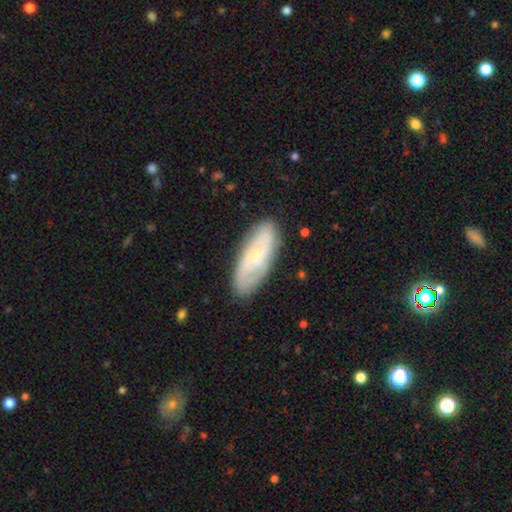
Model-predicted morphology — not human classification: Smooth or featured?
  - featured or disk: 60% *
  - smooth: 33%
  - star or artifact: 6%
Edge-on disk?
  - no: 89% *
  - yes: 11%
Bar?
  - no: 50% *
  - weak: 40%
  - strong: 10%
Spiral arms?
  - yes: 85% *
  - no: 15%
Bulge size?
  - small: 70% *
  - moderate: 21%
  - none: 7%
  - large: 2%
  - dominant: 1%
Merging?
  - none: 83% *
  - minor disturbance: 13%
  - major disturbance: 3%
  - merger: 1%